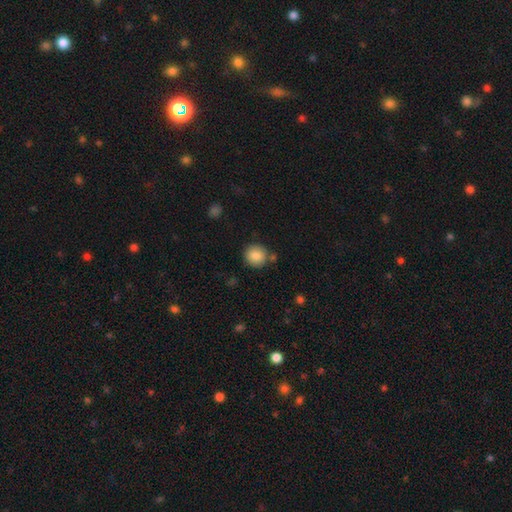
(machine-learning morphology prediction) The model was most divided on "merging": none: 81%, minor disturbance: 10%, merger: 7%, major disturbance: 3%. More confident: how rounded — round (90%); smooth or featured — smooth (87%).